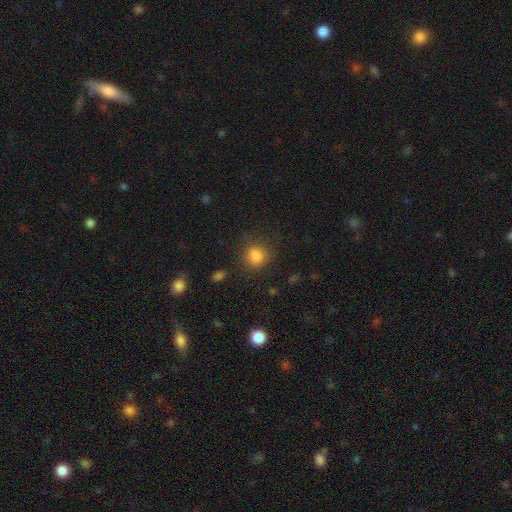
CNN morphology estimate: This is clearly a smooth galaxy (83%). How rounded: likely round (73%). Merging: likely none (76%).